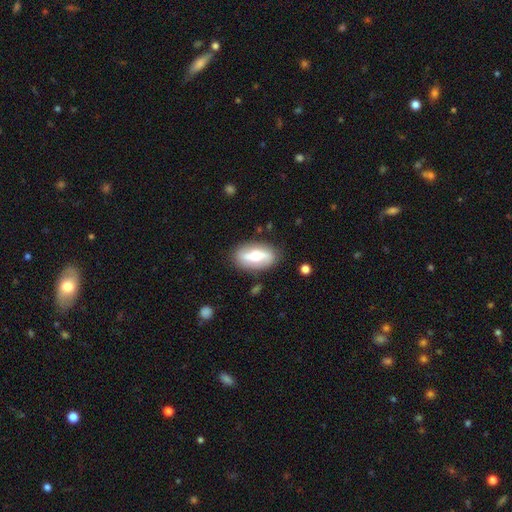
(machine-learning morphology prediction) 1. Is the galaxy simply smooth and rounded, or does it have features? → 53% featured or disk, 41% smooth, 6% star or artifact.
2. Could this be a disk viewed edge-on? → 75% no, 25% yes.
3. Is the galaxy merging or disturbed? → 84% none, 11% minor disturbance, 3% major disturbance, 2% merger.